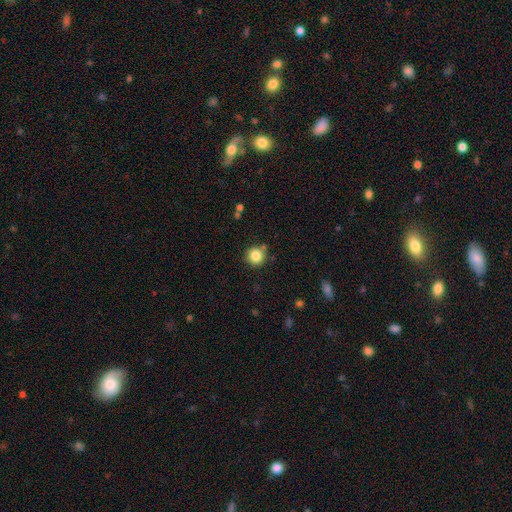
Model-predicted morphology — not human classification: This is clearly a smooth galaxy (84%). How rounded: clearly round (92%). Merging: clearly none (82%).